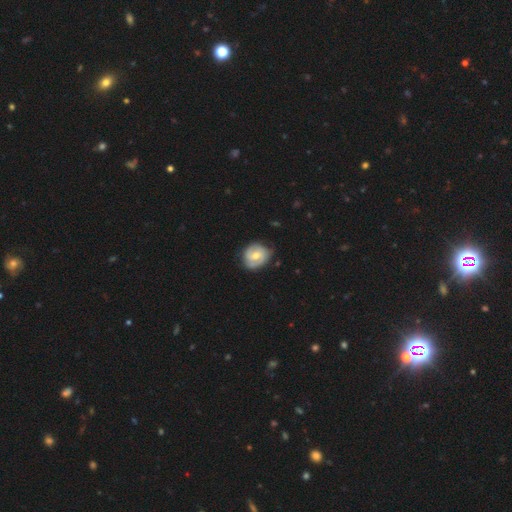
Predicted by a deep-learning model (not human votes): Morphology: type=featured or disk (63%); edge-on=no (97%); bar=no (49%); spiral arms=yes (86%); winding=tight (51%); arm count=2 (67%); bulge=moderate (67%); merging=none (72%).